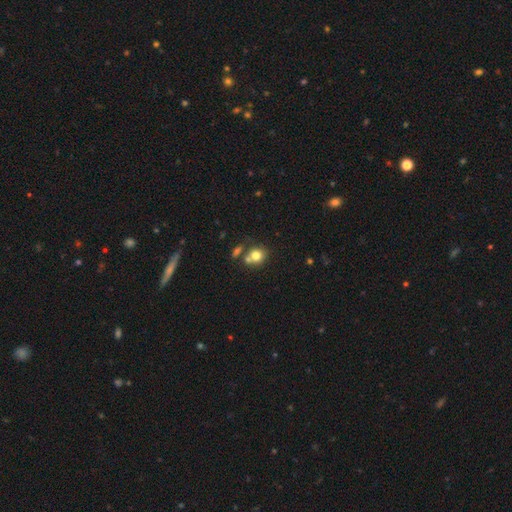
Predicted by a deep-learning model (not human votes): smooth-or-featured: smooth: 76% | featured or disk: 12% | star or artifact: 11%
  how-rounded: round: 74% | in between: 25% | cigar-shaped: 1%
  merging: none: 51% | merger: 33% | minor disturbance: 12% | major disturbance: 5%